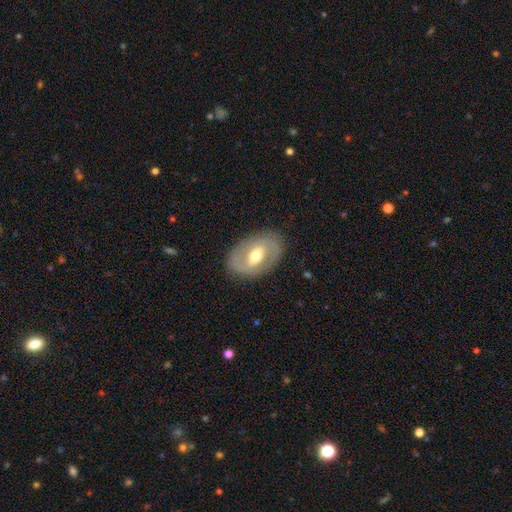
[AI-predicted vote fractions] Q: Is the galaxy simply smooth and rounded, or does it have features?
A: featured or disk — 68%.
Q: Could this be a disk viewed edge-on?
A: no — 93%.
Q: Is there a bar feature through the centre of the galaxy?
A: weak — 44%.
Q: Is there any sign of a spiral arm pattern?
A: yes — 56%.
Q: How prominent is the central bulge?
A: moderate — 73%.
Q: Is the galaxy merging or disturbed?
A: none — 82%.